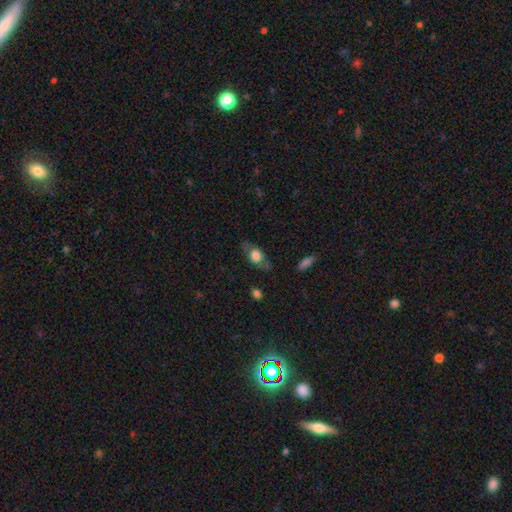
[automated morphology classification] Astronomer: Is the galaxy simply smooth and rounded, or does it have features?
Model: smooth — 53% (runner-up: featured or disk, 39%).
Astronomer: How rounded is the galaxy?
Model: in between — 76%.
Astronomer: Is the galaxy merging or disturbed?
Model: none — 72%.